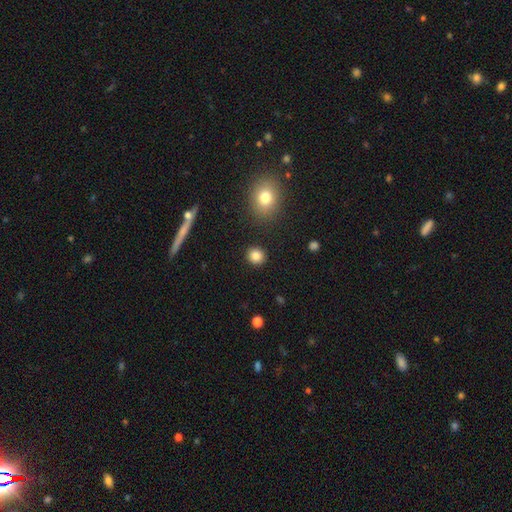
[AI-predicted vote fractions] A smooth galaxy with no disk features (85%) that is round (84%). Merging: none (90%).